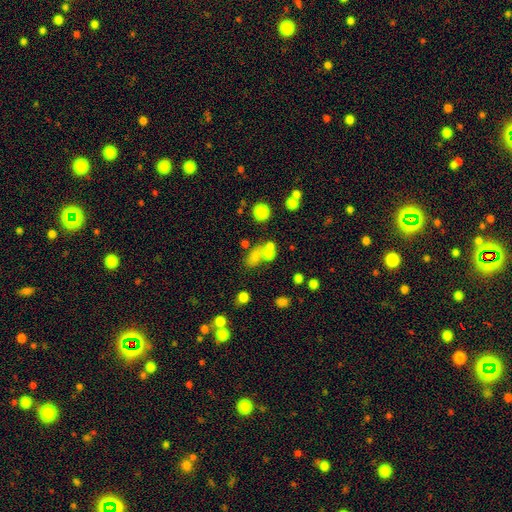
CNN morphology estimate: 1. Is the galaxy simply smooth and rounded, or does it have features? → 68% smooth, 18% star or artifact, 14% featured or disk.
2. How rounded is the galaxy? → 51% in between, 44% round, 4% cigar-shaped.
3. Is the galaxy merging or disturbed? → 45% merger, 34% none, 11% minor disturbance, 9% major disturbance.